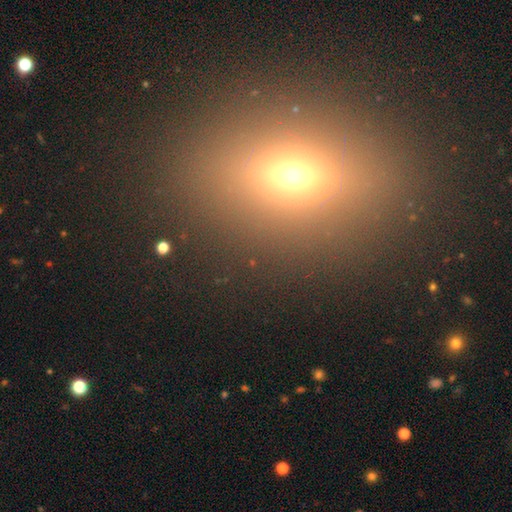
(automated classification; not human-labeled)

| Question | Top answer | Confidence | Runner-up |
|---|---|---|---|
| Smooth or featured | smooth | 54% | star or artifact (29%) |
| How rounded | in between | 64% | round (29%) |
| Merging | none | 86% | minor disturbance (8%) |